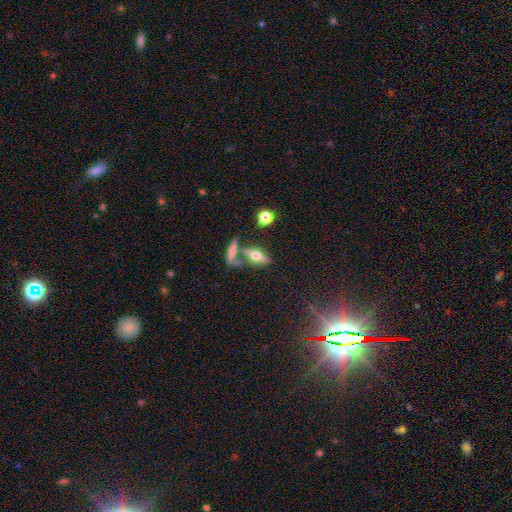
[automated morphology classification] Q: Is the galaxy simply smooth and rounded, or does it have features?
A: featured or disk — 49%.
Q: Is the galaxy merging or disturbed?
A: none — 61%.